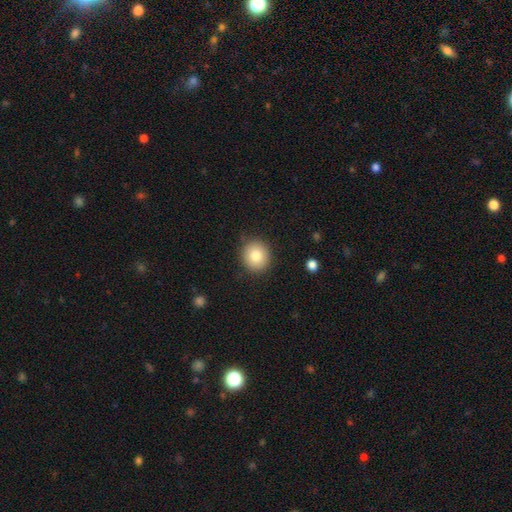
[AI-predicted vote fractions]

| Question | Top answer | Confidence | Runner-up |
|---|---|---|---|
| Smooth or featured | smooth | 80% | featured or disk (10%) |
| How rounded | round | 87% | in between (12%) |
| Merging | none | 86% | minor disturbance (10%) |